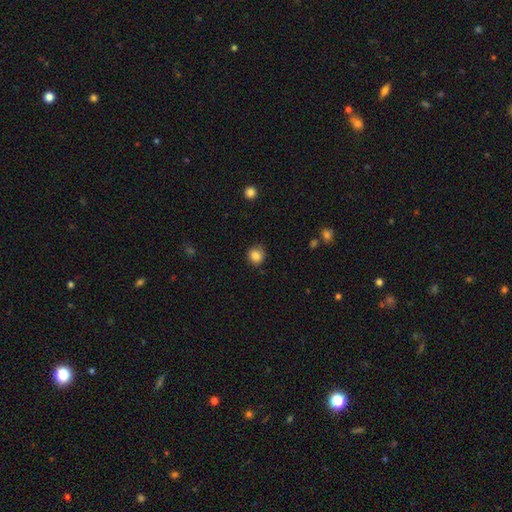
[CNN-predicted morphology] A smooth galaxy with no disk features (85%) that is round (88%). Merging: none (84%).